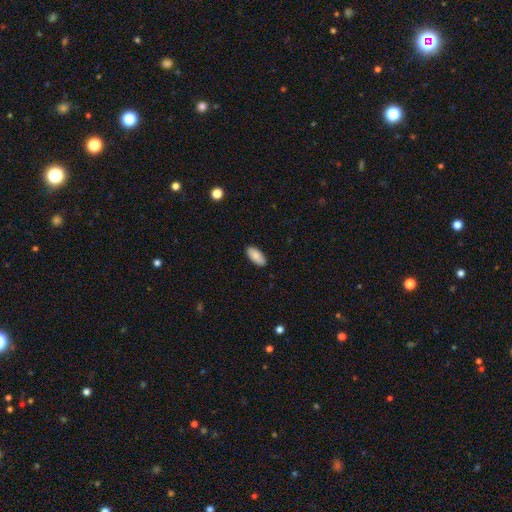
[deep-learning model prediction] smooth_or_featured: smooth (p=0.87) [alt: featured or disk p=0.07]
how_rounded: in between (p=0.90) [alt: cigar-shaped p=0.08]
merging: none (p=0.89) [alt: minor disturbance p=0.09]